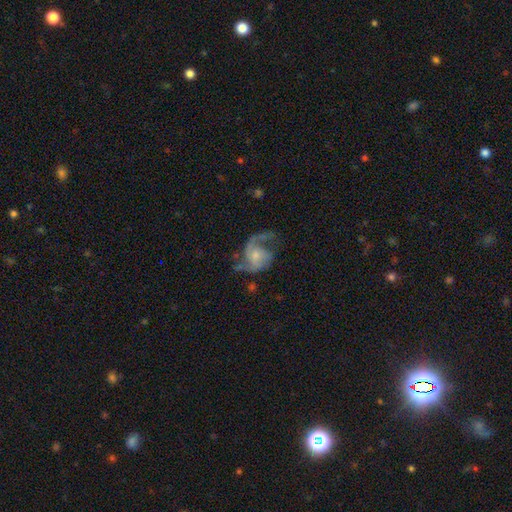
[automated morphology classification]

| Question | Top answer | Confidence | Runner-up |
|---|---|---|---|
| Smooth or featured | featured or disk | 80% | smooth (14%) |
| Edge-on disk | no | 98% | yes (2%) |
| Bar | no | 68% | weak (27%) |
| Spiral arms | yes | 92% | no (8%) |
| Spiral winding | loose | 47% | medium (42%) |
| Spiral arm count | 2 | 68% | 1 (17%) |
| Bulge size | small | 52% | moderate (32%) |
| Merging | none | 44% | major disturbance (32%) |